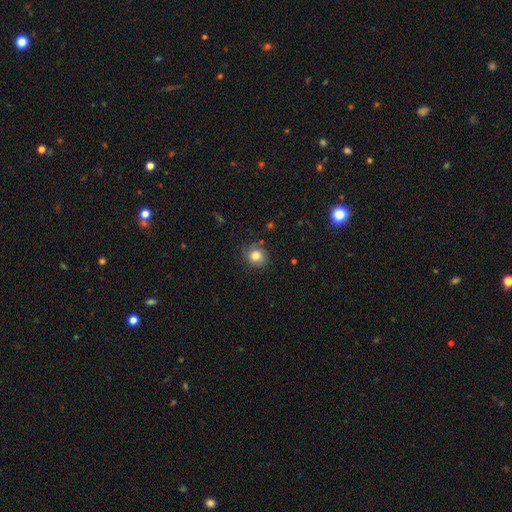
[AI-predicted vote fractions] Smooth or featured? smooth (77%)
How rounded? round (76%)
Merging? none (74%)